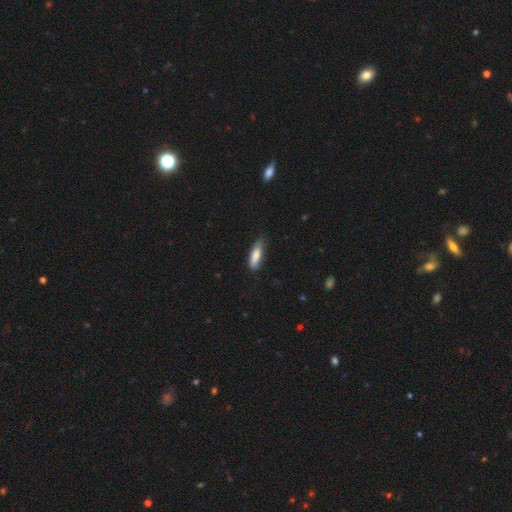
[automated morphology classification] smooth 79%, featured or disk 15%, star or artifact 6%. Down the decision tree: how rounded — cigar-shaped (56%); merging — none (65%).